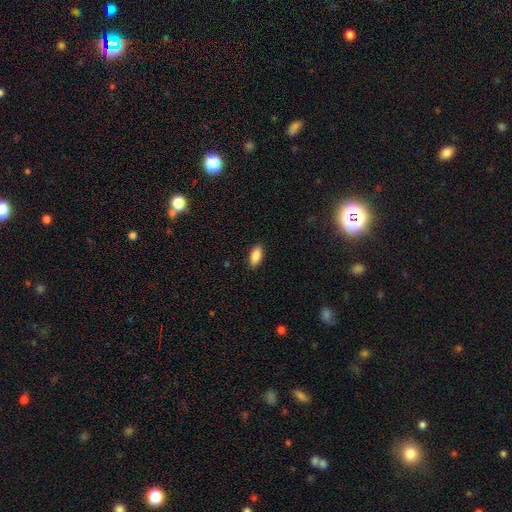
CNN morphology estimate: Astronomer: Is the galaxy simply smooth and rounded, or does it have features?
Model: smooth — 89%.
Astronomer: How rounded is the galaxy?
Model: in between — 89%.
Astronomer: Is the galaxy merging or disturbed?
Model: none — 89%.